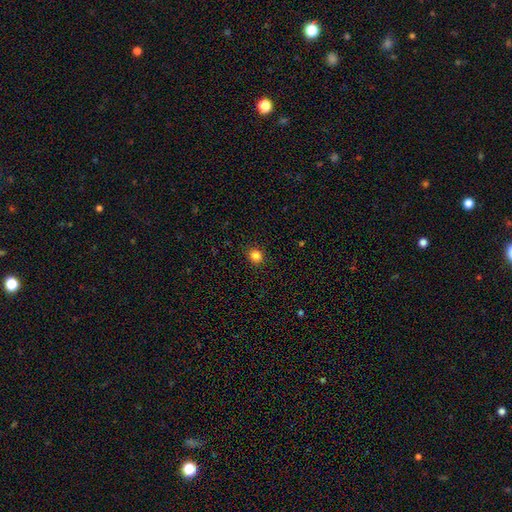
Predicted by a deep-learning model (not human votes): smooth 83%, star or artifact 13%, featured or disk 4%. Down the decision tree: how rounded — round (85%); merging — none (92%).